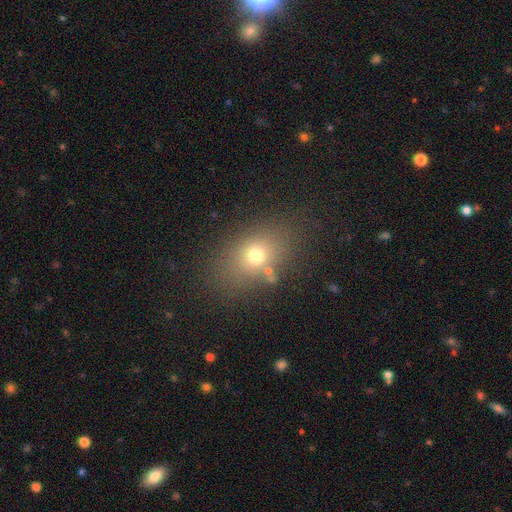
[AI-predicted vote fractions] Smooth or featured?
  - smooth: 68% *
  - star or artifact: 17%
  - featured or disk: 14%
How rounded?
  - in between: 66% *
  - round: 32%
  - cigar-shaped: 2%
Merging?
  - none: 77% *
  - minor disturbance: 12%
  - major disturbance: 6%
  - merger: 5%